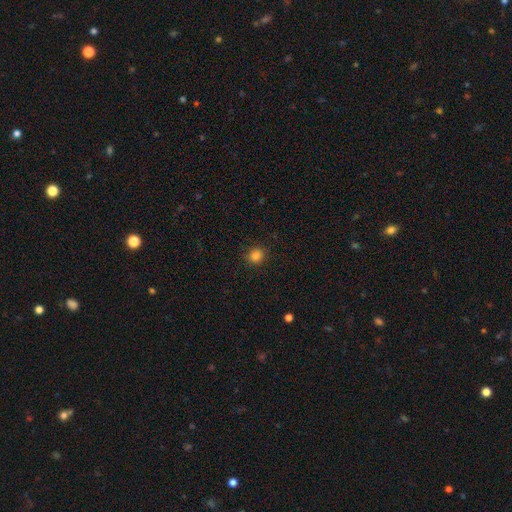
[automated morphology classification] Smooth or featured? smooth (84%)
How rounded? round (80%)
Merging? none (88%)